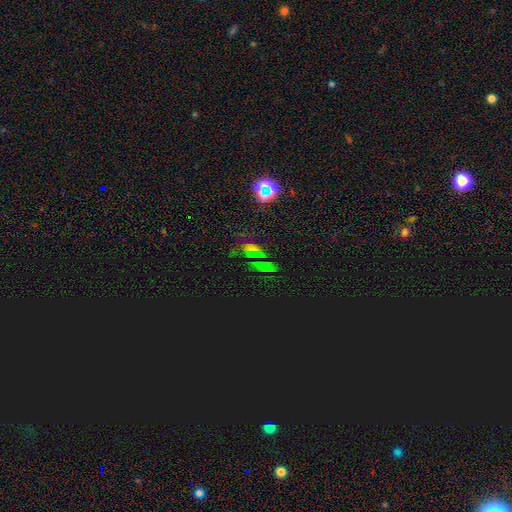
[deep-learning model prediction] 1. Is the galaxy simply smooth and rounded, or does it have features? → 66% star or artifact, 23% smooth, 12% featured or disk.